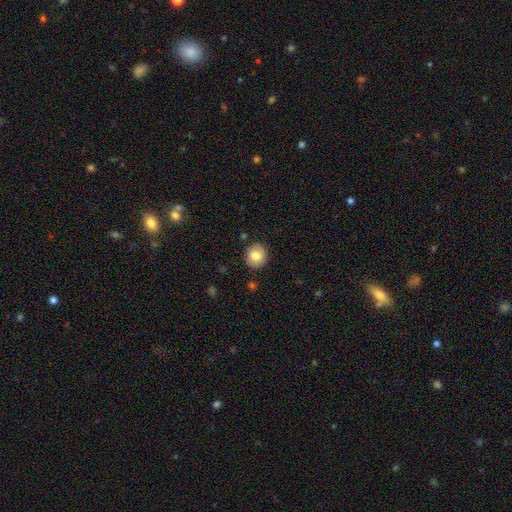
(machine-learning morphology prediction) smooth_or_featured: smooth (p=0.77) [alt: featured or disk p=0.14]
how_rounded: round (p=0.81) [alt: in between p=0.18]
merging: none (p=0.86) [alt: minor disturbance p=0.10]